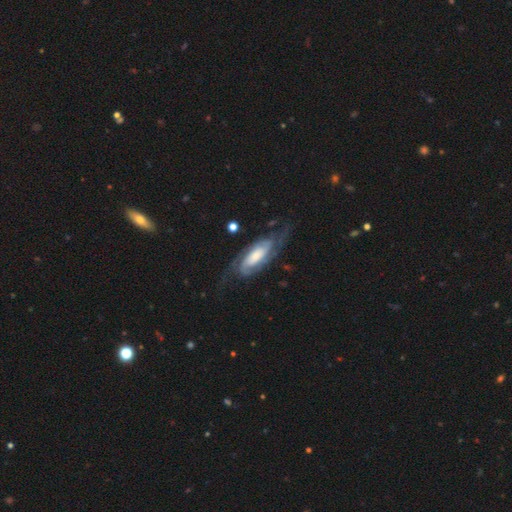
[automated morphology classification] A featured or disk galaxy (83%) with no bar (50%), 2 (76%) medium (43%) spiral arms (96%) and a moderate central bulge (32%). Merging: none (67%).